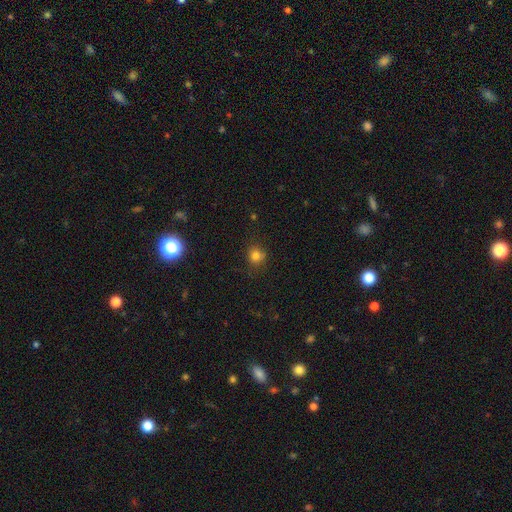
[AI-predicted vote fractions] smooth 77%, star or artifact 16%, featured or disk 7%. Down the decision tree: how rounded — round (83%); merging — none (74%).